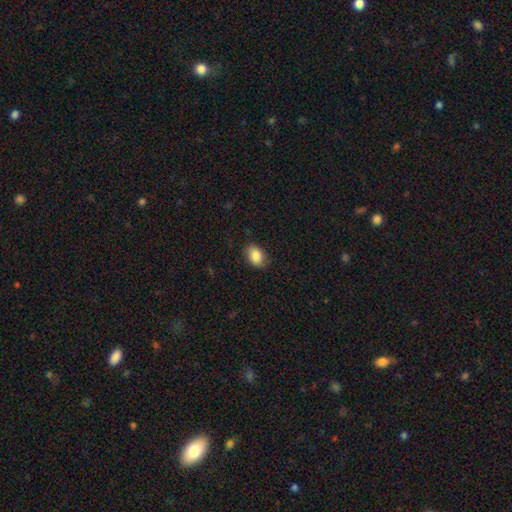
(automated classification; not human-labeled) Q: Smooth or featured?
A: smooth (87%); runner-up: star or artifact (8%)
Q: How rounded?
A: in between (81%); runner-up: round (18%)
Q: Merging?
A: none (84%); runner-up: minor disturbance (12%)